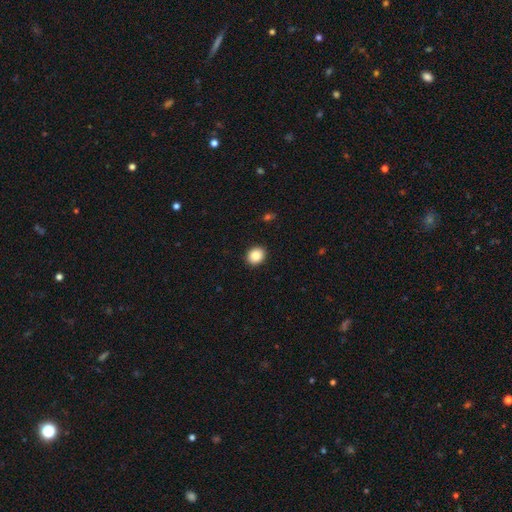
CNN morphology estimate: Smooth or featured: smooth — 87% (star or artifact — 9%)
How rounded: round — 70% (in between — 29%)
Merging: none — 92% (minor disturbance — 6%)